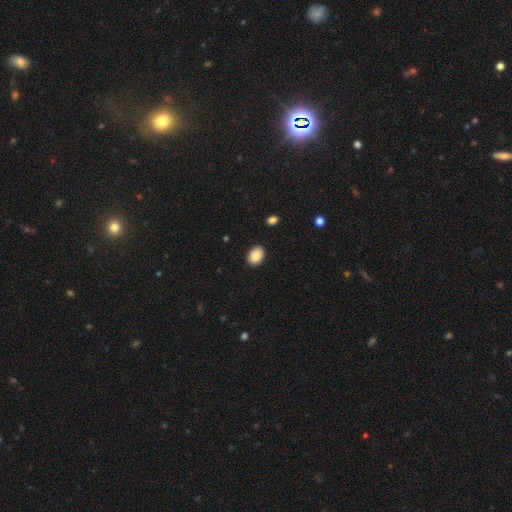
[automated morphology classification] Smooth or featured: smooth — 89% (star or artifact — 7%)
How rounded: in between — 75% (round — 24%)
Merging: none — 89% (minor disturbance — 8%)